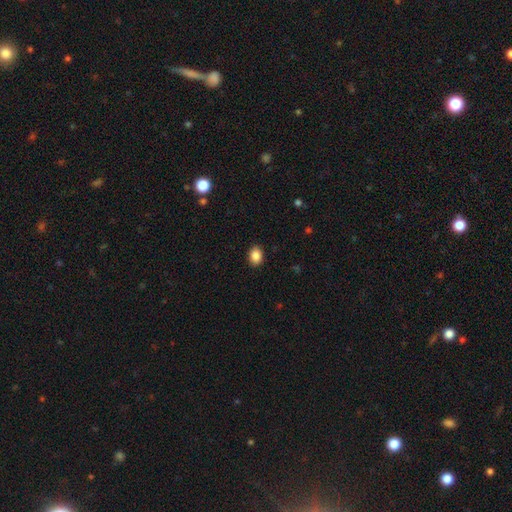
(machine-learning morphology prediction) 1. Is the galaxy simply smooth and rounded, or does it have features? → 87% smooth, 8% star or artifact, 4% featured or disk.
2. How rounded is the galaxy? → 67% in between, 32% round, 1% cigar-shaped.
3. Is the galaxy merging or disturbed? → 90% none, 7% minor disturbance, 2% major disturbance, 1% merger.